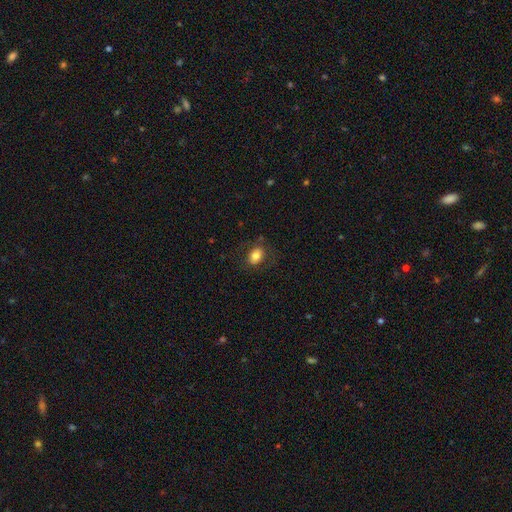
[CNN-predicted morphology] The model was most divided on "how rounded": in between: 72%, round: 27%, cigar-shaped: 1%. More confident: smooth or featured — smooth (78%); merging — none (78%).